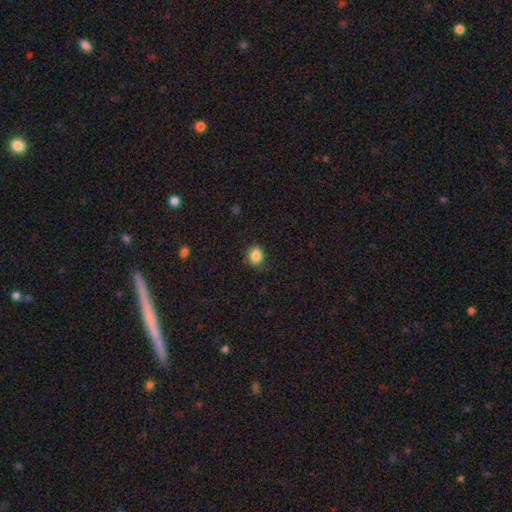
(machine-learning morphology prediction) Smooth or featured? Predicted: smooth (p=0.86). How rounded? Predicted: round (p=0.73). Merging? Predicted: none (p=0.85).